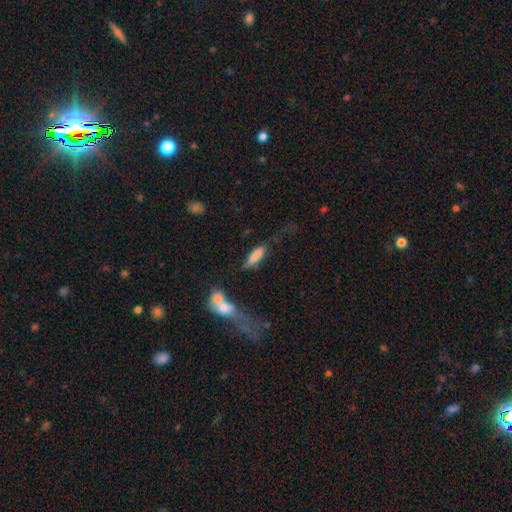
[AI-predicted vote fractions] Q: Smooth or featured?
A: smooth (77%); runner-up: featured or disk (16%)
Q: How rounded?
A: cigar-shaped (55%); runner-up: in between (42%)
Q: Merging?
A: none (41%); runner-up: minor disturbance (25%)